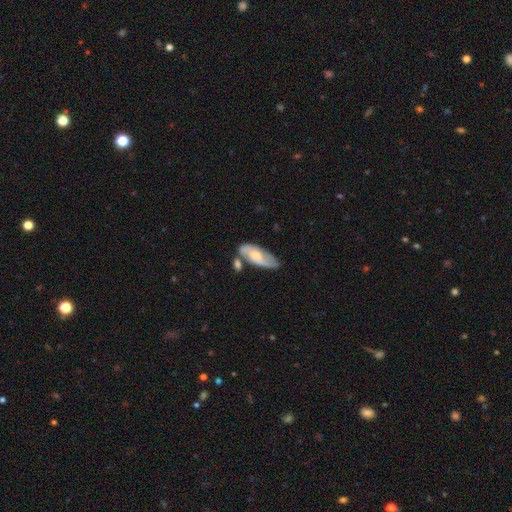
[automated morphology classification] Smooth or featured?
  - featured or disk: 55% *
  - smooth: 39%
  - star or artifact: 6%
Edge-on disk?
  - no: 87% *
  - yes: 13%
Merging?
  - none: 48% *
  - merger: 23%
  - minor disturbance: 21%
  - major disturbance: 8%